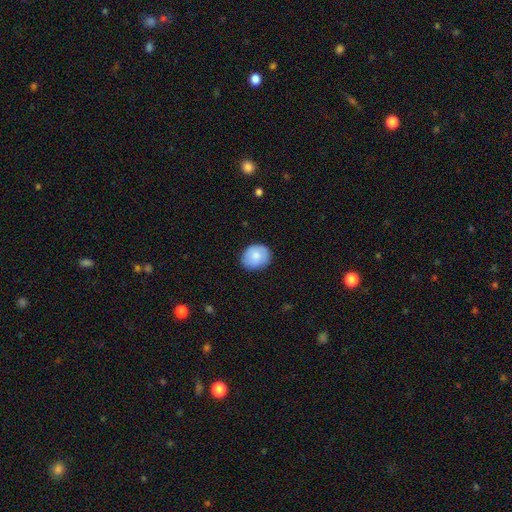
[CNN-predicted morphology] Smooth or featured: smooth — 82% (featured or disk — 11%)
How rounded: round — 61% (in between — 38%)
Merging: none — 84% (minor disturbance — 12%)